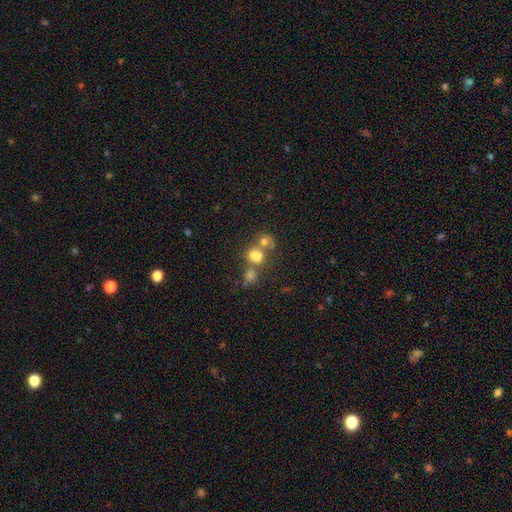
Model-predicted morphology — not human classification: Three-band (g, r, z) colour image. It shows a smooth galaxy with no disk features (64%) that is round (68%). Merging: merger (55%).